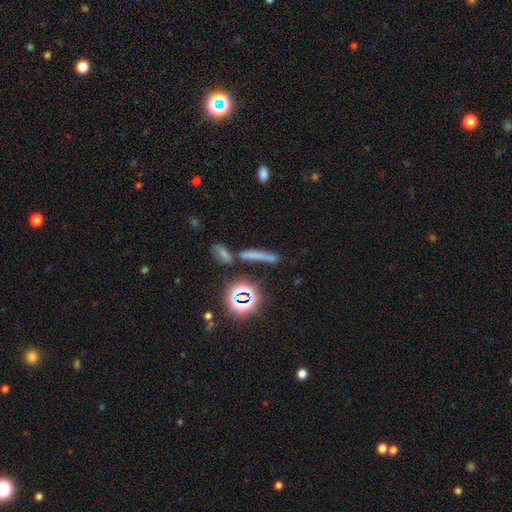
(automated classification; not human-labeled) Morphology: type=smooth (50%); roundness=cigar-shaped (80%); merging=none (69%).